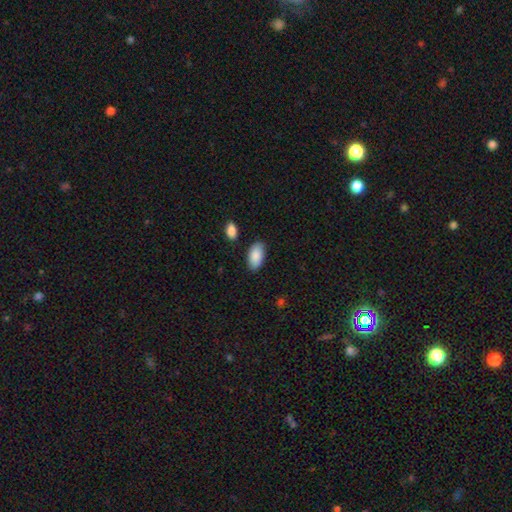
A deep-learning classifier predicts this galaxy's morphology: smooth_or_featured: smooth (p=0.89) [alt: star or artifact p=0.06]
how_rounded: in between (p=0.95) [alt: cigar-shaped p=0.03]
merging: none (p=0.83) [alt: minor disturbance p=0.12]